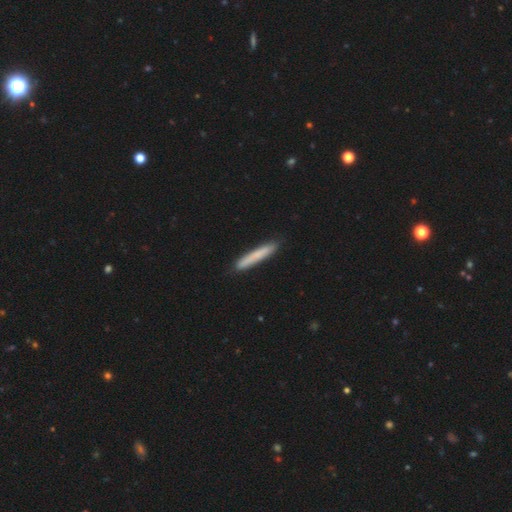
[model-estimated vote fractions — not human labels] Smooth or featured?
  - smooth: 76% *
  - featured or disk: 18%
  - star or artifact: 6%
How rounded?
  - cigar-shaped: 95% *
  - in between: 4%
  - round: 1%
Merging?
  - none: 89% *
  - minor disturbance: 8%
  - major disturbance: 1%
  - merger: 1%